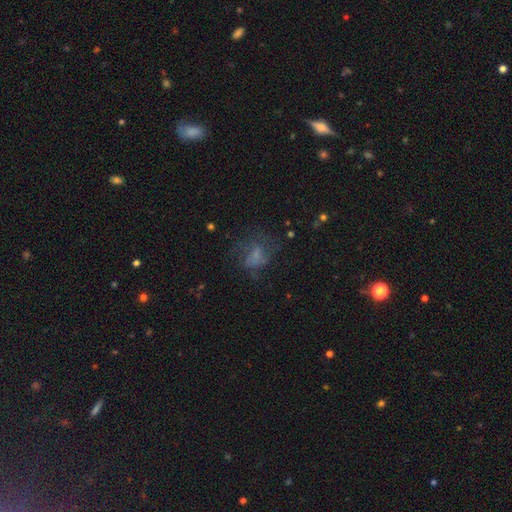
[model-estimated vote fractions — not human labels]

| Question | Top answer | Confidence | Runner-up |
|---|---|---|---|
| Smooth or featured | smooth | 41% | tied: featured or disk (41%) |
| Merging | none | 48% | major disturbance (29%) |